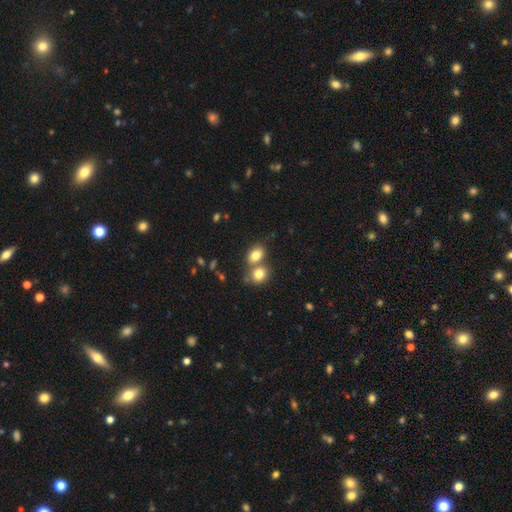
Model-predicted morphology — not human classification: smooth_or_featured: smooth (p=0.80) [alt: star or artifact p=0.10]
how_rounded: in between (p=0.59) [alt: round p=0.40]
merging: merger (p=0.45) [alt: none p=0.42]